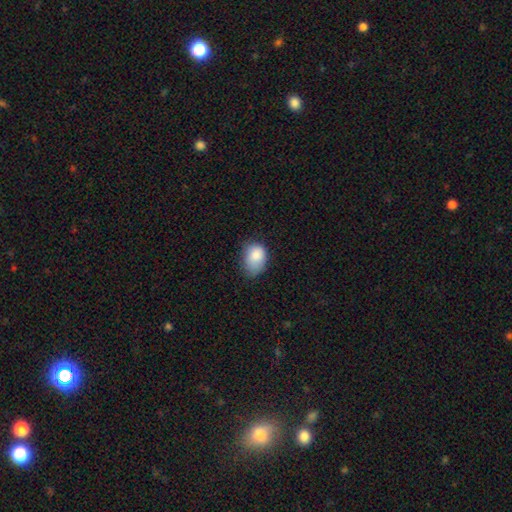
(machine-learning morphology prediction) smooth-or-featured: smooth: 84% | star or artifact: 8% | featured or disk: 7%
  how-rounded: in between: 74% | round: 25% | cigar-shaped: 1%
  merging: none: 44% | minor disturbance: 42% | major disturbance: 12% | merger: 2%